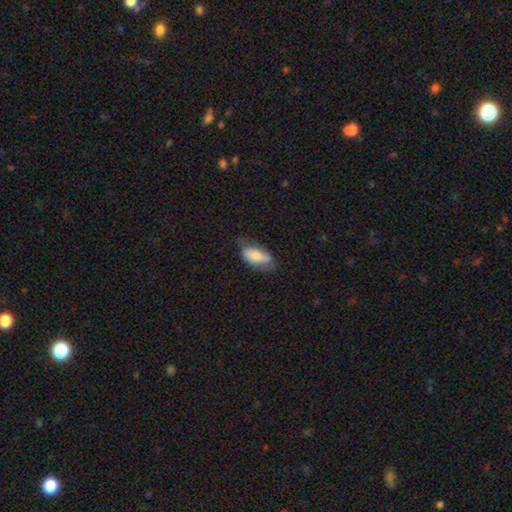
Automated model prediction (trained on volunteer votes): This appears to be a smooth galaxy with no disk features (69%) that is in between round and cigar-shaped (90%). Merging: none (47%).